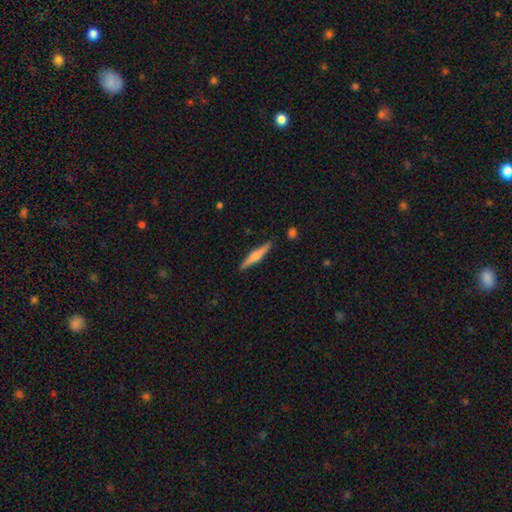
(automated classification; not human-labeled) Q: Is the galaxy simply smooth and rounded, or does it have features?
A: featured or disk — 48%.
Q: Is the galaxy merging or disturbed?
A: none — 89%.